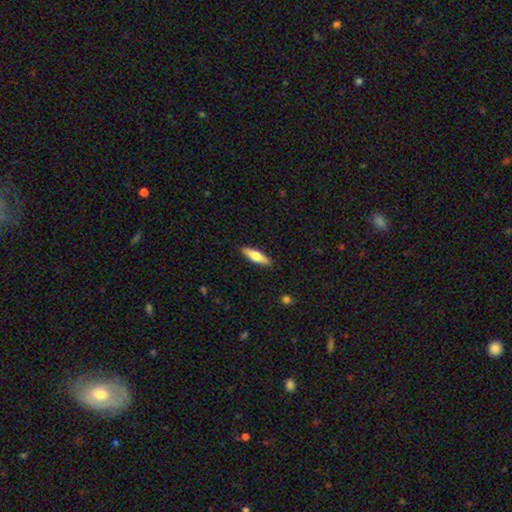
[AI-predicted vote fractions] Smooth or featured? smooth (62%)
How rounded? cigar-shaped (59%)
Merging? none (89%)